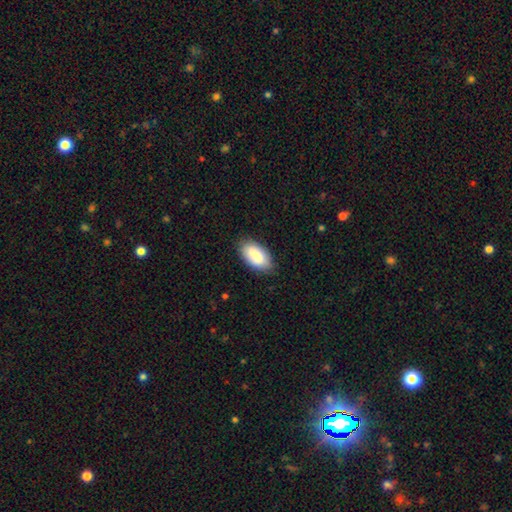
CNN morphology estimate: Smooth or featured? smooth (87%)
How rounded? in between (95%)
Merging? none (83%)